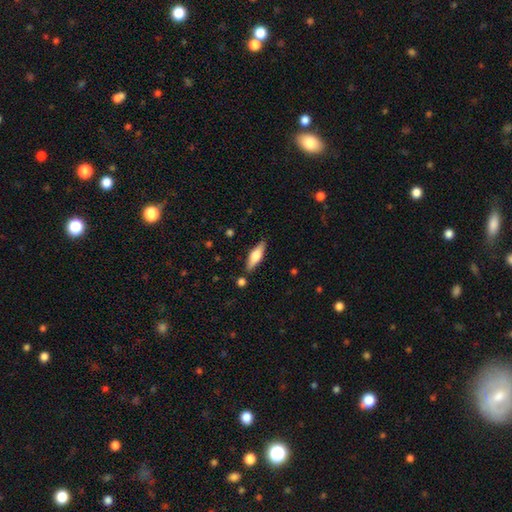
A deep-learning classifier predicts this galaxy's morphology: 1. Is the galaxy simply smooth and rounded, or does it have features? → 57% smooth, 37% featured or disk, 6% star or artifact.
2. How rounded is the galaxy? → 50% cigar-shaped, 48% in between, 2% round.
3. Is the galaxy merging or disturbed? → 85% none, 10% minor disturbance, 3% merger, 2% major disturbance.